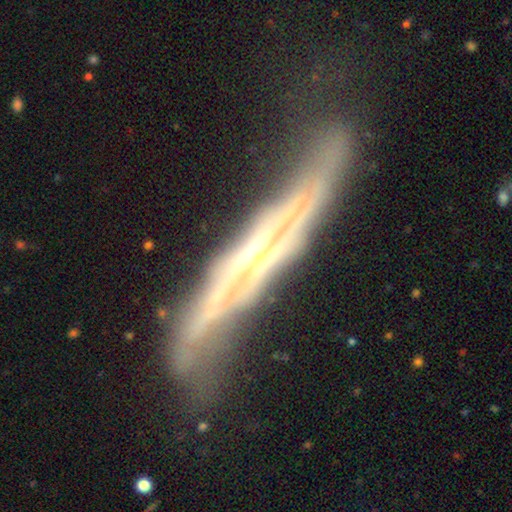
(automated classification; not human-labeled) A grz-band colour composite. It shows a featured or disk galaxy (81%) viewed edge-on (77%) with a rounded central bulge (45%). Merging: none (57%).